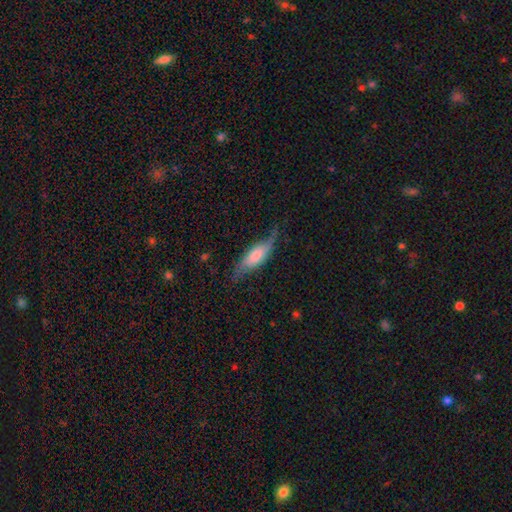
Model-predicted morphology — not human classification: smooth_or_featured: smooth (p=0.54) [alt: featured or disk p=0.40]
how_rounded: in between (p=0.61) [alt: cigar-shaped p=0.36]
merging: none (p=0.56) [alt: minor disturbance p=0.30]